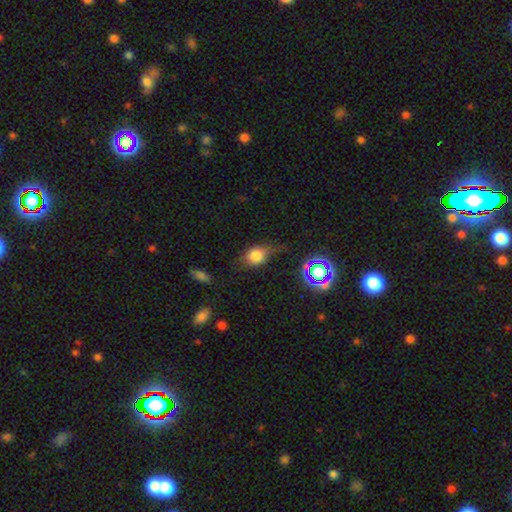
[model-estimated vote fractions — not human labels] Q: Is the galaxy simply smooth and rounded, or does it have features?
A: smooth — 72%.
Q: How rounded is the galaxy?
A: in between — 50%.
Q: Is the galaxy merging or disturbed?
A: none — 53%.